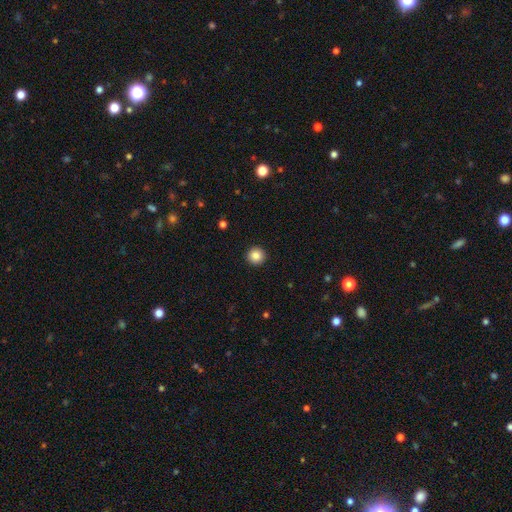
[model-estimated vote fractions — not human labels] smooth 86%, star or artifact 10%, featured or disk 4%. Down the decision tree: how rounded — round (95%); merging — none (93%).